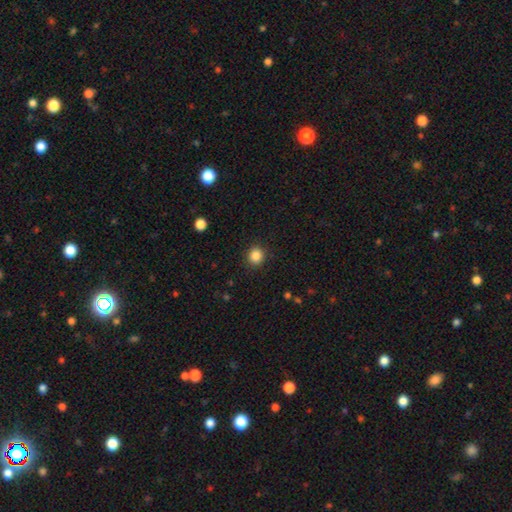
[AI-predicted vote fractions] smooth_or_featured: smooth (p=0.86) [alt: star or artifact p=0.11]
how_rounded: round (p=0.85) [alt: in between p=0.14]
merging: none (p=0.90) [alt: minor disturbance p=0.06]